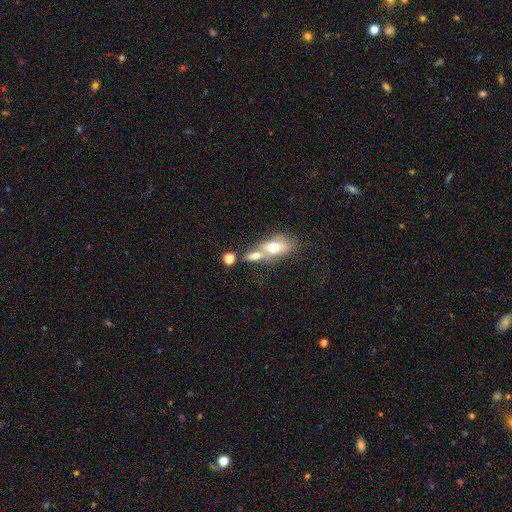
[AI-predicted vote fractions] Overall: smooth (59%; featured or disk 31%). How rounded: in between (70%). Merging: merger (57%; none 27%).